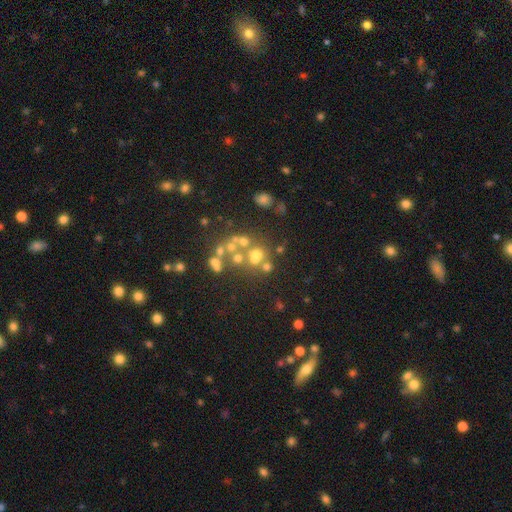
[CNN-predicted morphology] smooth 37%, featured or disk 34%, star or artifact 30%. Down the decision tree: merging — none (41%).